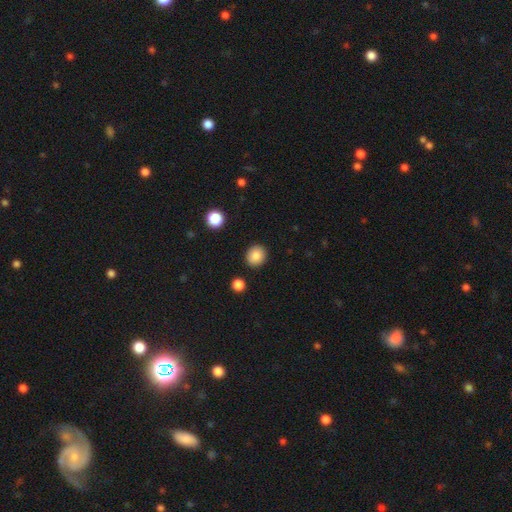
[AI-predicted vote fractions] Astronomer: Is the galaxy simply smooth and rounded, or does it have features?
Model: smooth — 86%.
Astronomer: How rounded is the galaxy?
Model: round — 83%.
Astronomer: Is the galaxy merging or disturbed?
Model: none — 90%.